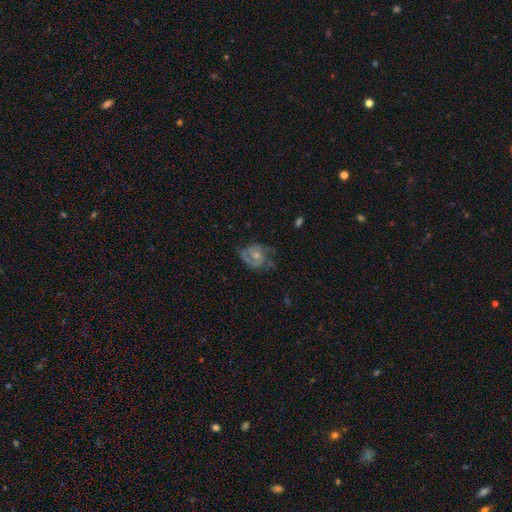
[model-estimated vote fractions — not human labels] smooth-or-featured: featured or disk: 80% | smooth: 13% | star or artifact: 6%
  disk-edge-on: no: 98% | yes: 2%
    bar: no: 66% | weak: 29% | strong: 5%
    has-spiral-arms: yes: 93% | no: 7%
      spiral-winding: medium: 49% | tight: 34% | loose: 17%
      spiral-arm-count: 2: 73% | can't tell: 10% | 3: 7% | 1: 6% | 4: 2% | more than 4: 2%
    bulge-size: small: 47% | moderate: 44% | none: 5% | large: 3% | dominant: 1%
  merging: none: 59% | minor disturbance: 23% | major disturbance: 16% | merger: 2%